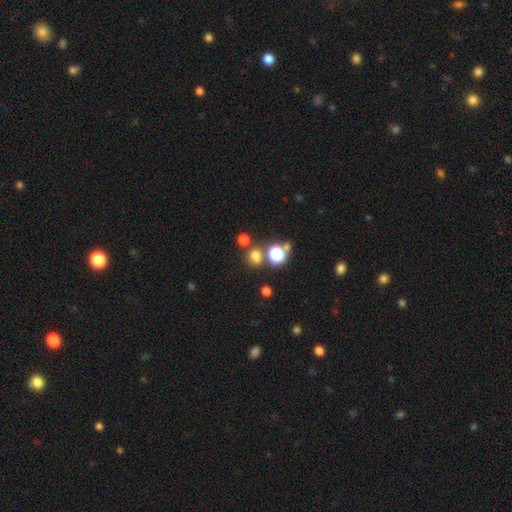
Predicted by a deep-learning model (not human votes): This is likely a smooth galaxy (66%). How rounded: likely round (78%). Merging: likely none (70%).